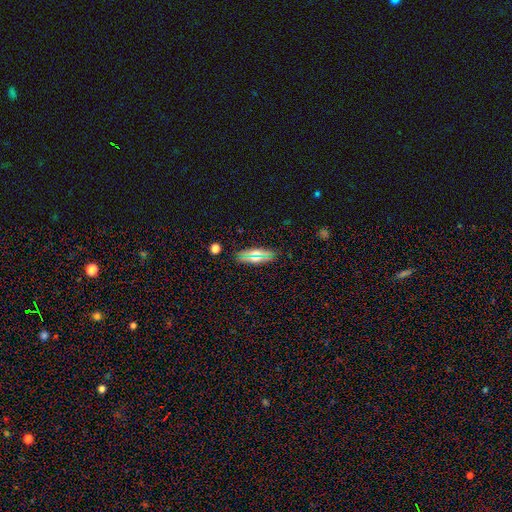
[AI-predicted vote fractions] The model was most divided on "how rounded": in between: 62%, cigar-shaped: 32%, round: 6%. More confident: merging — none (86%); smooth or featured — smooth (61%).